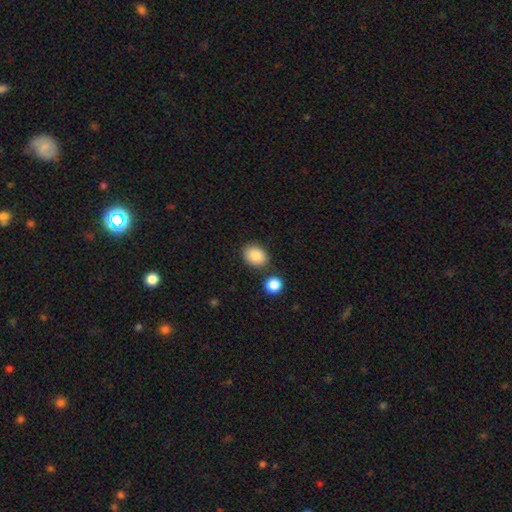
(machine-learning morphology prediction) Smooth or featured: smooth — 87% (star or artifact — 8%)
How rounded: in between — 63% (round — 36%)
Merging: none — 79% (minor disturbance — 11%)